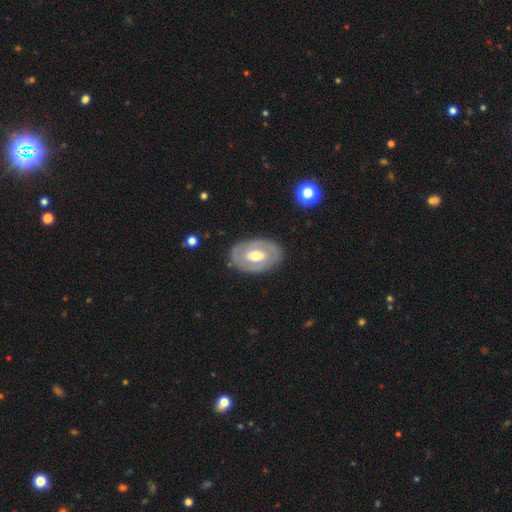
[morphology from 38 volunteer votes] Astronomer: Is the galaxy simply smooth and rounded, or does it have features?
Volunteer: featured or disk — 68%.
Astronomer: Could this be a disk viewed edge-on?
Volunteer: no — 96%.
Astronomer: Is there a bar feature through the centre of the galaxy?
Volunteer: no — 68%.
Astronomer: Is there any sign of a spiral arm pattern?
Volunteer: yes — 56% (runner-up: no, 44%).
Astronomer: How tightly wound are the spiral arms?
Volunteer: tight — 43% (runner-up: medium, 36%).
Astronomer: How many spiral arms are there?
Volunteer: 2 — 57%.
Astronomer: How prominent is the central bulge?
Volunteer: moderate — 52%.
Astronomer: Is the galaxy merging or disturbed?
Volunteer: none — 89%.